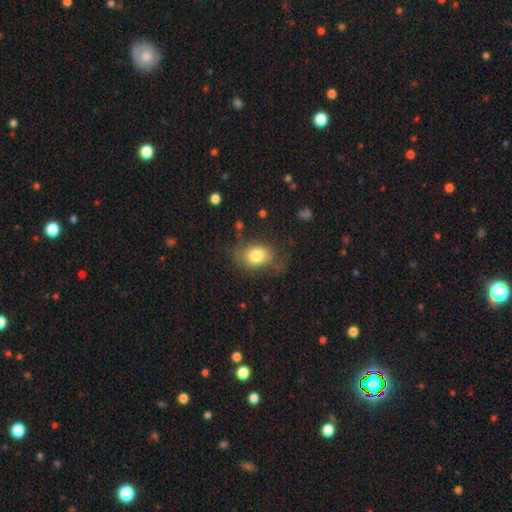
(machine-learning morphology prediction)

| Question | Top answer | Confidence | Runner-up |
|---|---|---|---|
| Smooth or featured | smooth | 77% | featured or disk (15%) |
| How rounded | in between | 68% | round (31%) |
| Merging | none | 57% | minor disturbance (26%) |